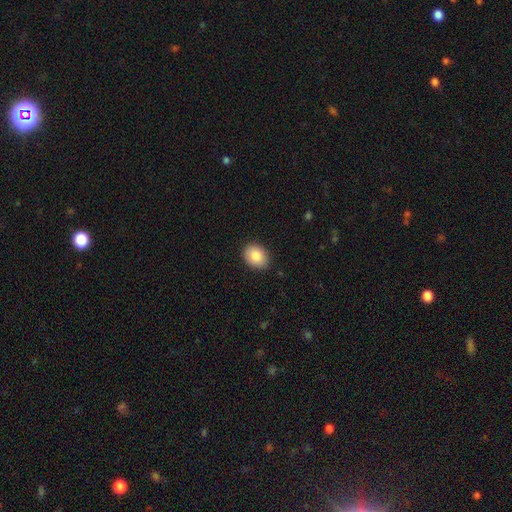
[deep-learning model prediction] Smooth or featured?
  - smooth: 86% *
  - star or artifact: 7%
  - featured or disk: 7%
How rounded?
  - in between: 65% *
  - round: 34%
  - cigar-shaped: 1%
Merging?
  - none: 88% *
  - minor disturbance: 9%
  - major disturbance: 2%
  - merger: 1%